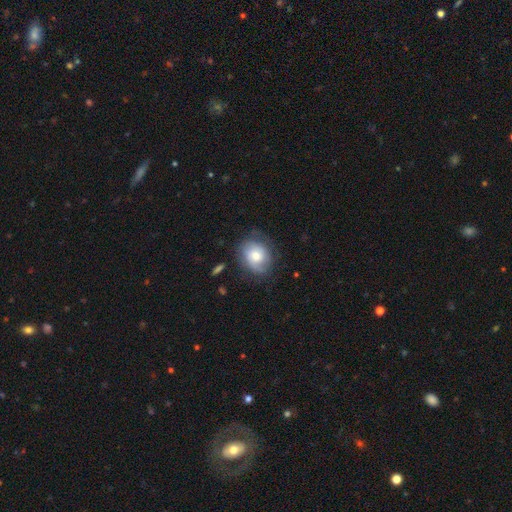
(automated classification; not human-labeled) smooth 59%, featured or disk 33%, star or artifact 8%. Down the decision tree: how rounded — round (56%); merging — none (67%).